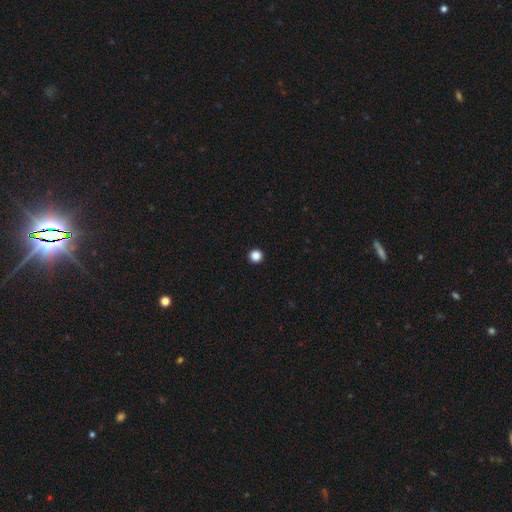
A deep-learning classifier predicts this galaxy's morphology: Overall: smooth (87%). How rounded: round (96%). Merging: none (95%).